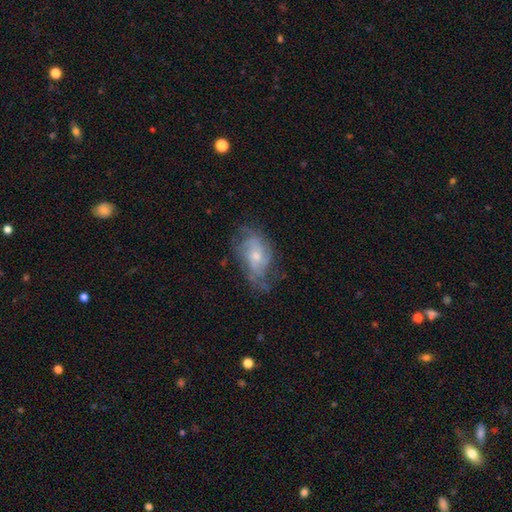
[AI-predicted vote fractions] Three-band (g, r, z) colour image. It shows a featured or disk galaxy (71%) with no bar (70%), tight (41%) spiral arms (86%) and a small central bulge (49%). Merging: none (61%).